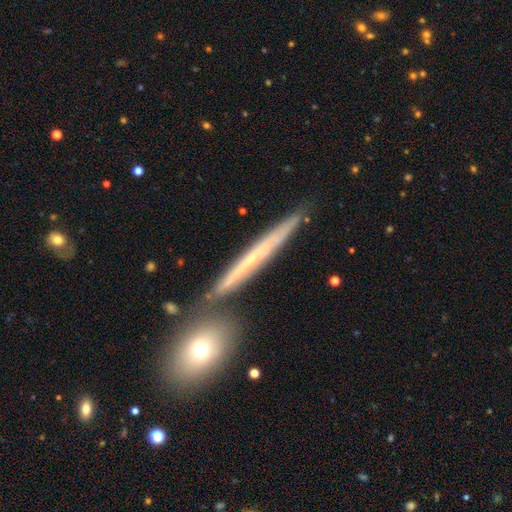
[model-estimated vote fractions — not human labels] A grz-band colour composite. It shows a featured or disk galaxy (60%) viewed edge-on (91%) with no central bulge (77%). Merging: none (81%).